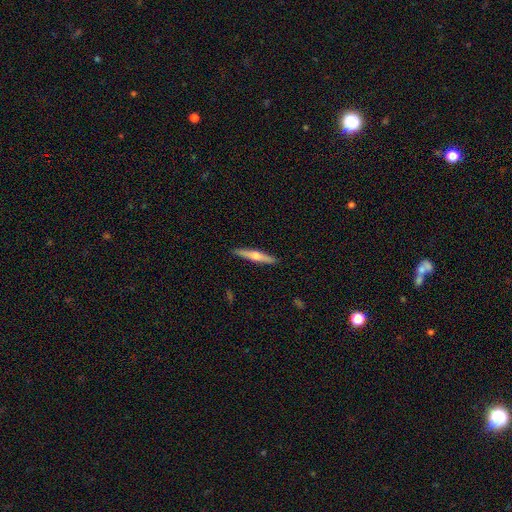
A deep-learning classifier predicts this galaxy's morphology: Q: Smooth or featured?
A: featured or disk (51%); runner-up: smooth (43%)
Q: Edge-on disk?
A: yes (96%); runner-up: no (4%)
Q: Merging?
A: none (91%); runner-up: minor disturbance (7%)